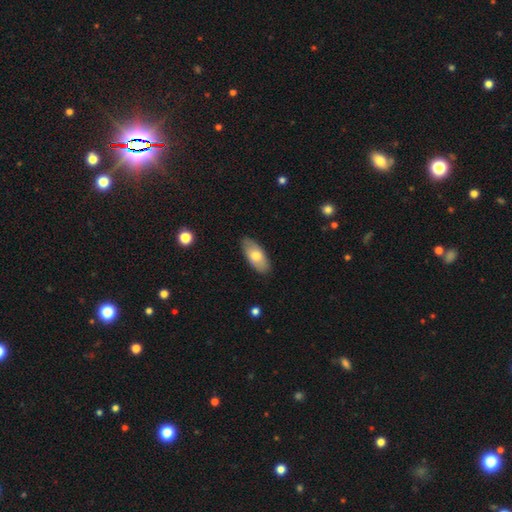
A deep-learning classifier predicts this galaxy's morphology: Smooth or featured? smooth (72%)
How rounded? in between (89%)
Merging? none (86%)